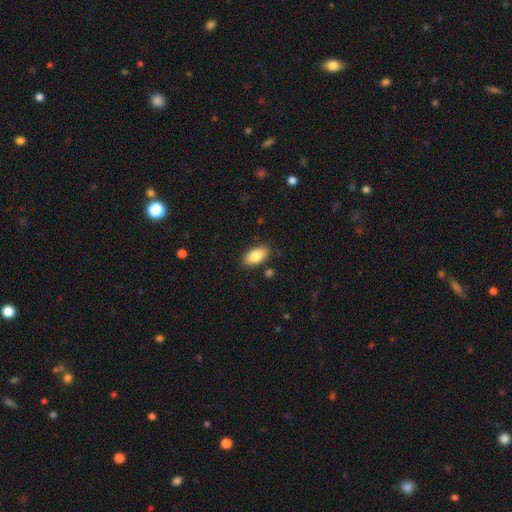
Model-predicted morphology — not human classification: smooth-or-featured: smooth: 84% | featured or disk: 9% | star or artifact: 7%
  how-rounded: in between: 93% | round: 4% | cigar-shaped: 3%
  merging: none: 86% | minor disturbance: 10% | major disturbance: 2% | merger: 2%